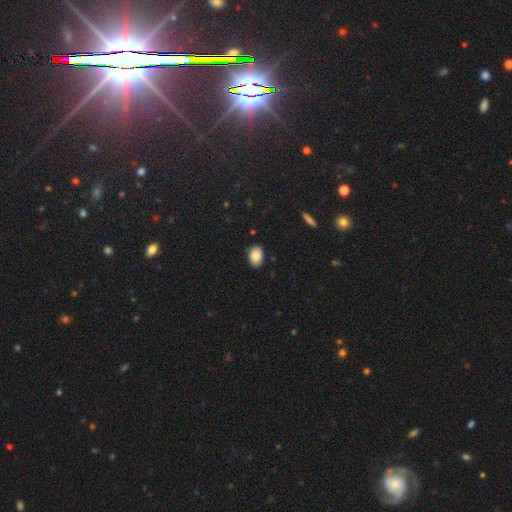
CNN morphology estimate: Smooth or featured: smooth — 86% (star or artifact — 8%)
How rounded: in between — 78% (round — 21%)
Merging: none — 88% (minor disturbance — 9%)